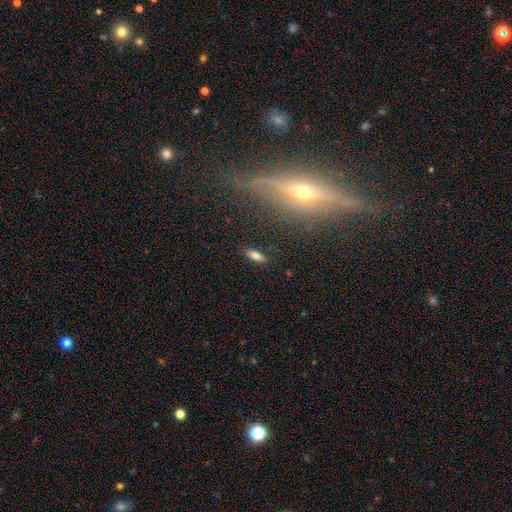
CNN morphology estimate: This is likely a smooth galaxy (69%). How rounded: likely in between (75%). Merging: clearly none (87%).